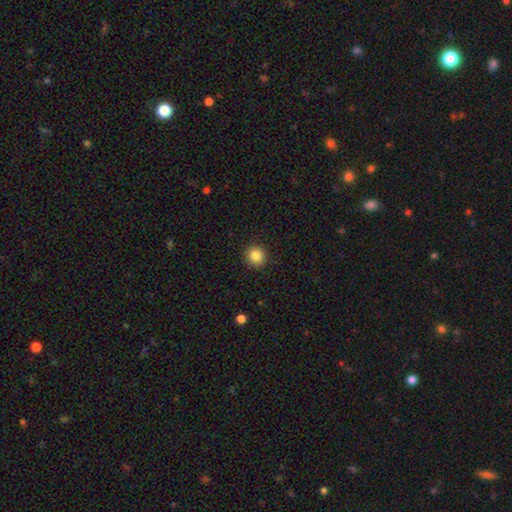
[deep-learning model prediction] Q: Smooth or featured?
A: smooth (85%); runner-up: star or artifact (10%)
Q: How rounded?
A: round (93%); runner-up: in between (6%)
Q: Merging?
A: none (92%); runner-up: minor disturbance (5%)